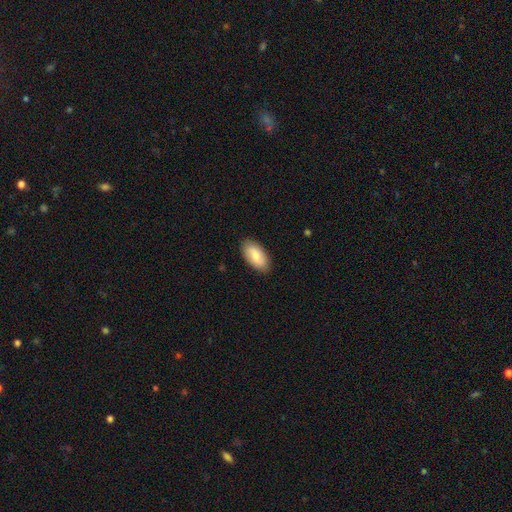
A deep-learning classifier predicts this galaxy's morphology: This appears to be a smooth galaxy with no disk features (76%) that is in between round and cigar-shaped (93%). Merging: none (87%).